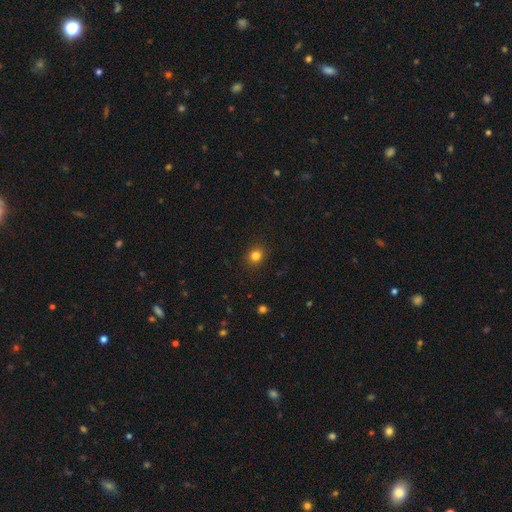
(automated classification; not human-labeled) Overall: smooth (82%). How rounded: round (81%). Merging: none (91%).